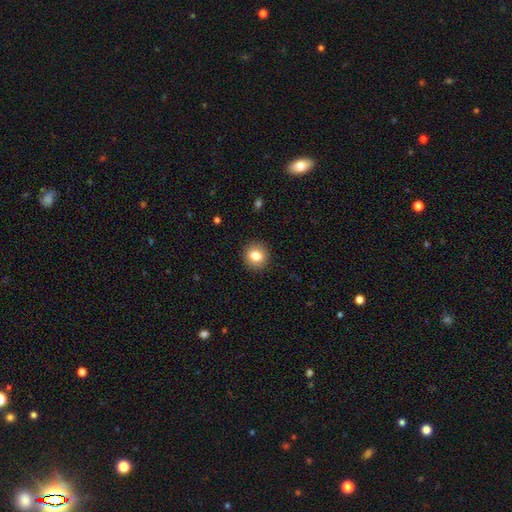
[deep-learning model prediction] Morphology: type=smooth (81%); roundness=round (86%); merging=none (91%).